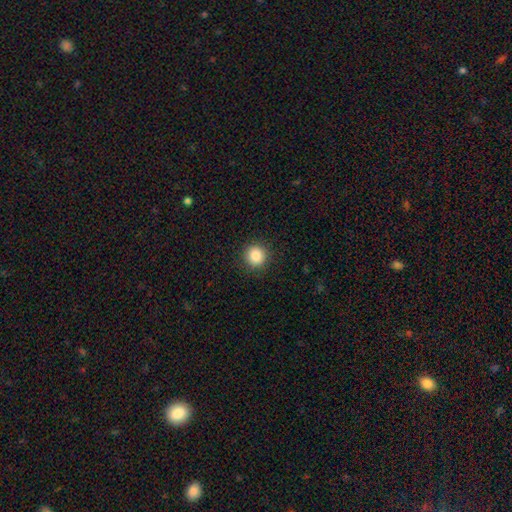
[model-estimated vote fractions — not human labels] smooth-or-featured: smooth: 86% | star or artifact: 10% | featured or disk: 4%
  how-rounded: round: 93% | in between: 6% | cigar-shaped: 1%
  merging: none: 91% | minor disturbance: 6% | major disturbance: 2% | merger: 1%